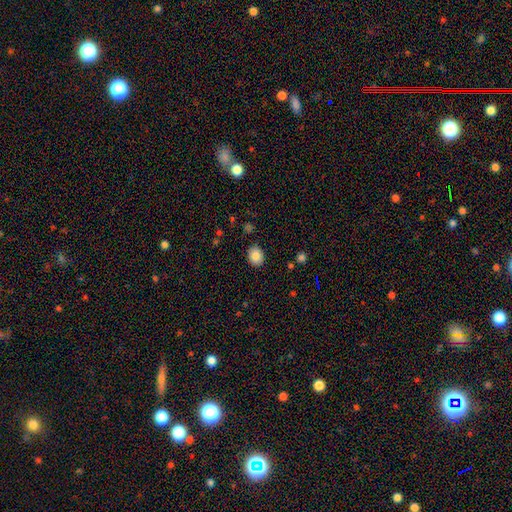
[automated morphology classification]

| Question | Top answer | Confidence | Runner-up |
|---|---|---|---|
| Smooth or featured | smooth | 85% | star or artifact (9%) |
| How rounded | in between | 51% | round (48%) |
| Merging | none | 86% | minor disturbance (10%) |